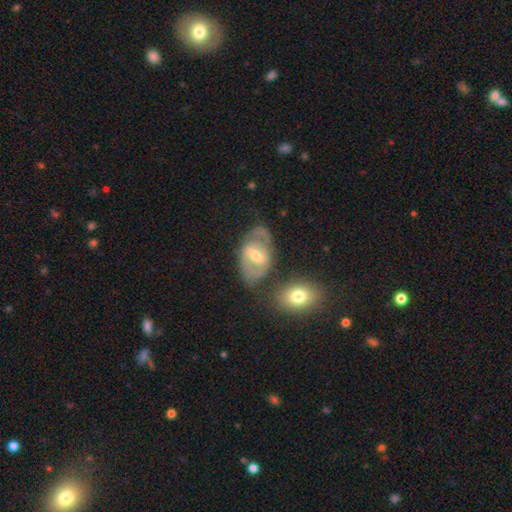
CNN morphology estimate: featured or disk 73%, smooth 21%, star or artifact 7%. Down the decision tree: edge-on disk — no (95%); bar — weak (48%); spiral arms — yes (74%); spiral arm count — 2 (78%); spiral winding — medium (47%); bulge size — moderate (59%); merging — none (60%).